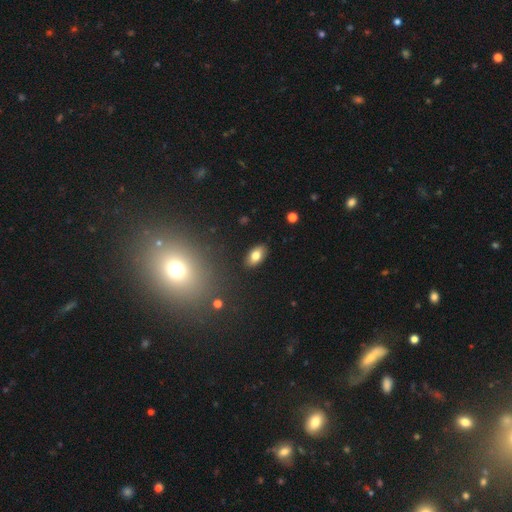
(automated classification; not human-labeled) A smooth galaxy with no disk features (77%) that is in between round and cigar-shaped (92%). Merging: none (89%).